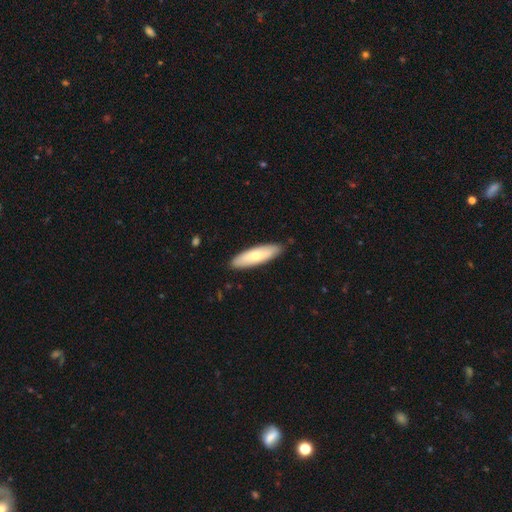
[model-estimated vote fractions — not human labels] This is likely a smooth galaxy (65%). How rounded: possibly cigar-shaped (53%). Merging: clearly none (88%).